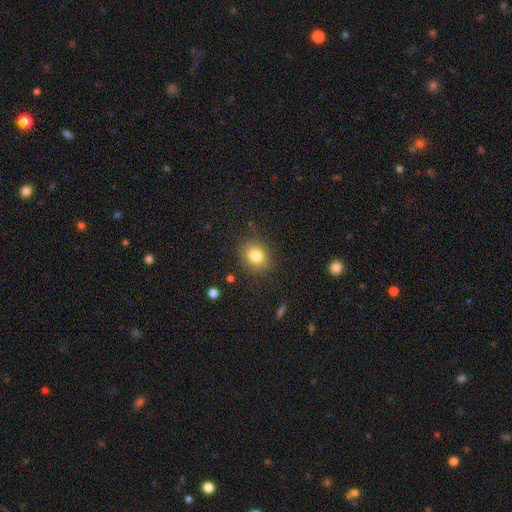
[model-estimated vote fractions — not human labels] The model was most divided on "how rounded": round: 60%, in between: 39%, cigar-shaped: 1%. More confident: merging — none (84%); smooth or featured — smooth (81%).